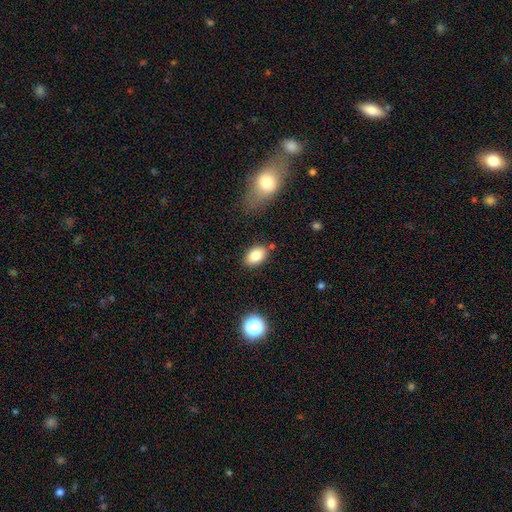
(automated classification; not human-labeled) Overall: smooth (82%). How rounded: in between (88%). Merging: none (82%).